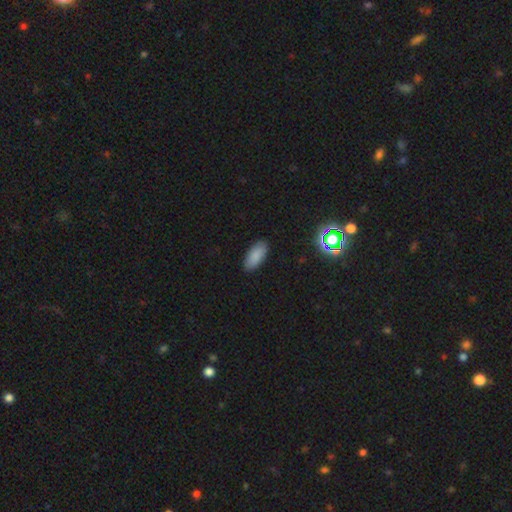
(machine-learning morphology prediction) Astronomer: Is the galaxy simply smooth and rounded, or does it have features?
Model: smooth — 85%.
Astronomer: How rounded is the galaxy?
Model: in between — 90%.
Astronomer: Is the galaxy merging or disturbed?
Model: none — 88%.